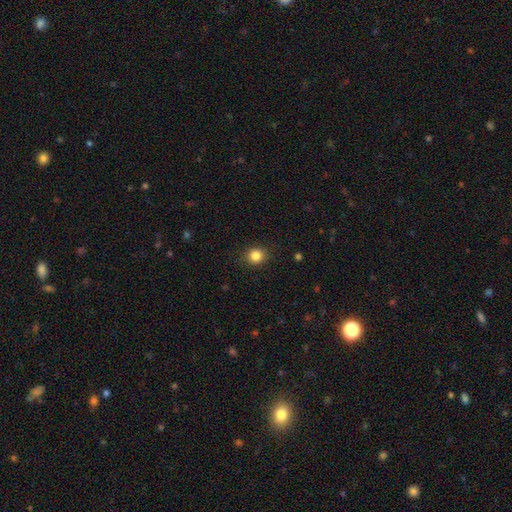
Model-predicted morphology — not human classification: Smooth or featured? Predicted: smooth (p=0.84). How rounded? Predicted: round (p=0.82). Merging? Predicted: none (p=0.89).